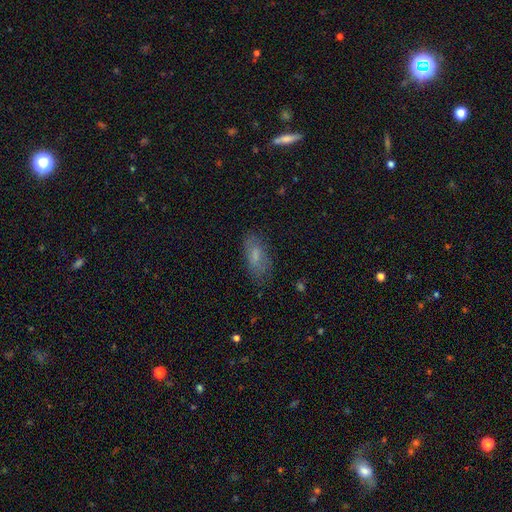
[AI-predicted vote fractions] smooth-or-featured: smooth: 64% | featured or disk: 27% | star or artifact: 9%
  how-rounded: in between: 84% | cigar-shaped: 13% | round: 3%
  merging: none: 73% | minor disturbance: 19% | major disturbance: 6% | merger: 1%